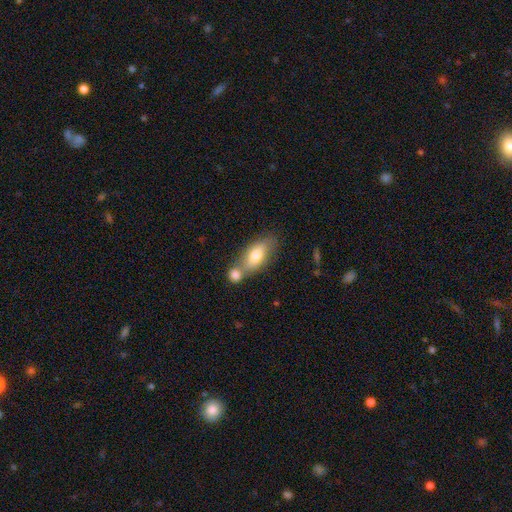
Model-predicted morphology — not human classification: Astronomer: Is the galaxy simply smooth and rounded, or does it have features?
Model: smooth — 71%.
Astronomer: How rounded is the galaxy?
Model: in between — 82%.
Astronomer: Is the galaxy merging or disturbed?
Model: merger — 45% (runner-up: none, 40%).